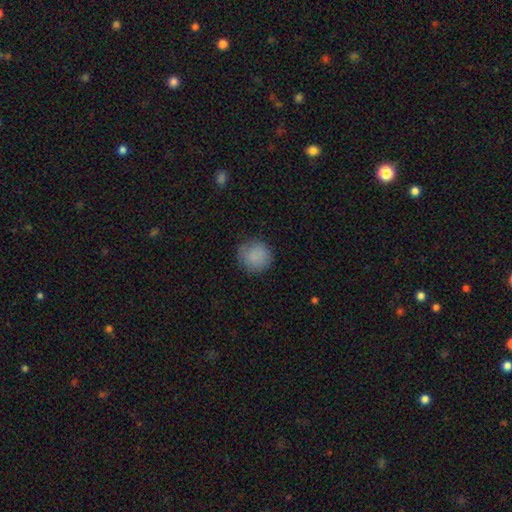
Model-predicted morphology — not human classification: smooth_or_featured: smooth (p=0.87) [alt: star or artifact p=0.08]
how_rounded: round (p=0.92) [alt: in between p=0.07]
merging: none (p=0.83) [alt: minor disturbance p=0.13]